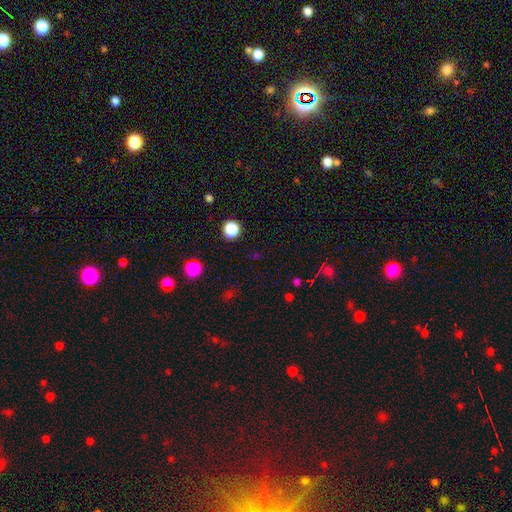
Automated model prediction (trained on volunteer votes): Overall: star or artifact (52%; smooth 42%).